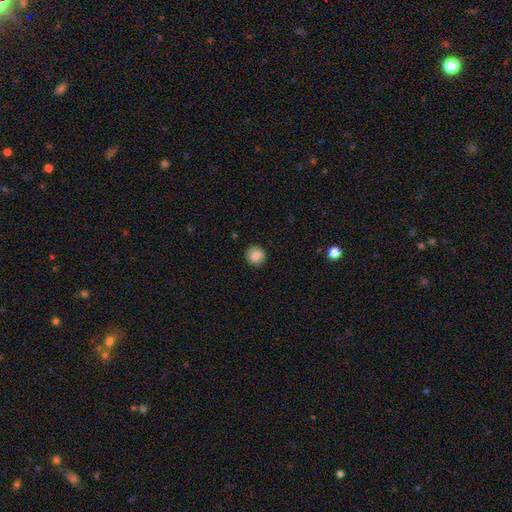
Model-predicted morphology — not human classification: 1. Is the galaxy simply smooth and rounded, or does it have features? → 83% smooth, 9% star or artifact, 8% featured or disk.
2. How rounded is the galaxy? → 90% round, 9% in between, 1% cigar-shaped.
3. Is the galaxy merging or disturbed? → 87% none, 10% minor disturbance, 2% major disturbance, 1% merger.